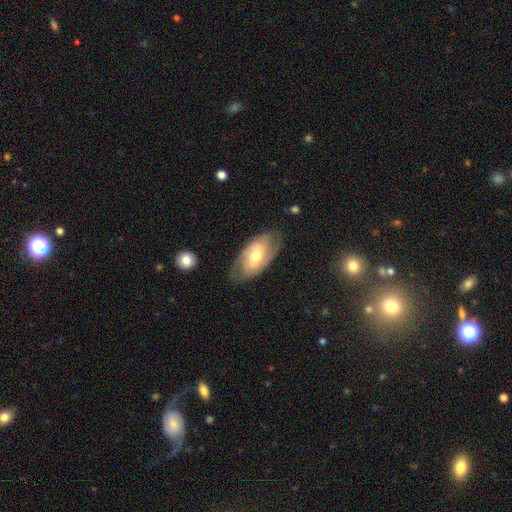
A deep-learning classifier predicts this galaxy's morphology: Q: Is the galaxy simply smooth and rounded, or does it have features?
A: featured or disk — 59%.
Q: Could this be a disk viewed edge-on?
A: no — 91%.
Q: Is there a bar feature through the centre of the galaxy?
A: no — 48%.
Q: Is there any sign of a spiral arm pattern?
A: yes — 79%.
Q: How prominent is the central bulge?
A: moderate — 68%.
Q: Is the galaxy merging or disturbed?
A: none — 73%.